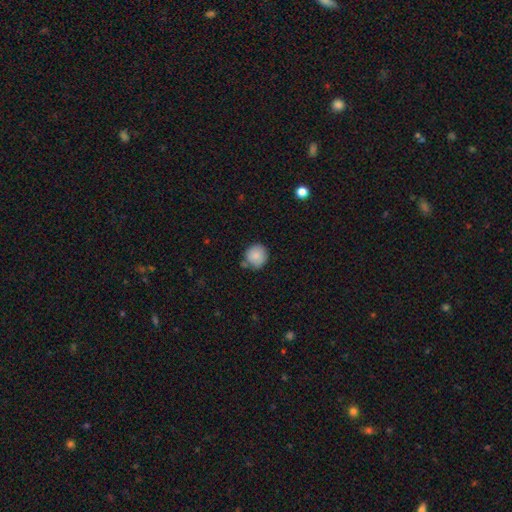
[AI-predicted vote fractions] This appears to be a smooth galaxy with no disk features (86%) that is round (91%). Merging: none (72%).